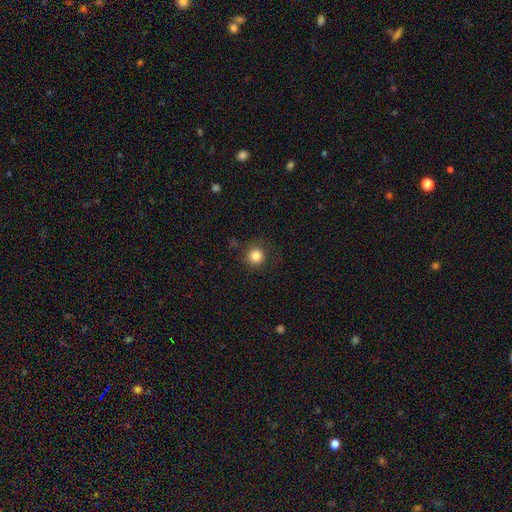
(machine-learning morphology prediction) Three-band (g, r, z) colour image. It shows a smooth galaxy with no disk features (84%) that is round (93%). Merging: none (85%).